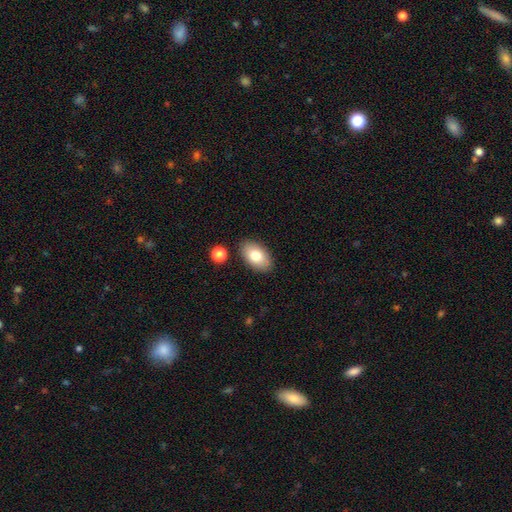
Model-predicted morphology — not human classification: A smooth galaxy with no disk features (78%) that is in between round and cigar-shaped (93%). Merging: none (86%).